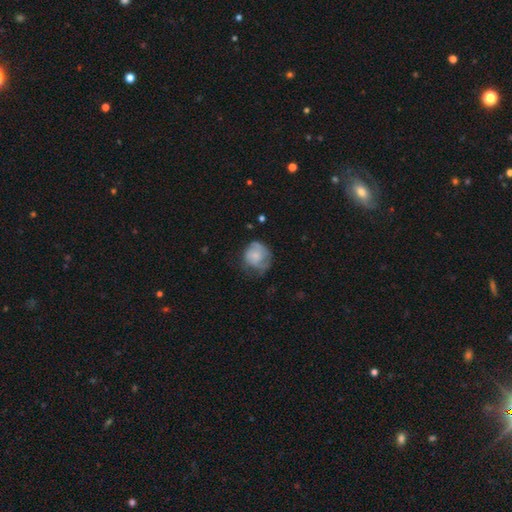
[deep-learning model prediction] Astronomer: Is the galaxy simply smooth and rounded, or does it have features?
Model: smooth — 54% (runner-up: featured or disk, 39%).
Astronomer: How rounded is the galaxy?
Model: round — 75%.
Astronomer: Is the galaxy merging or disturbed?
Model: none — 47% (runner-up: minor disturbance, 32%).